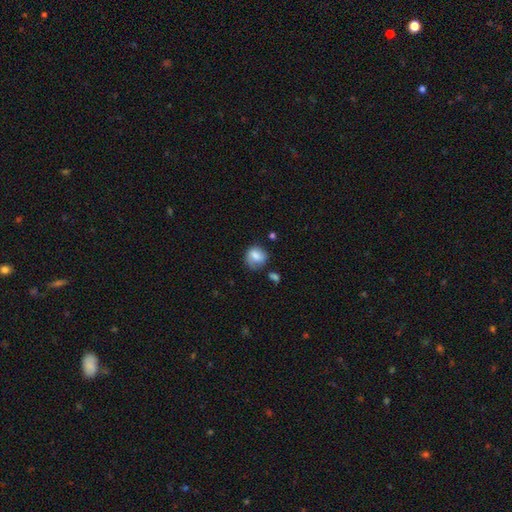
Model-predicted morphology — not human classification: Smooth or featured: smooth — 73% (featured or disk — 18%)
How rounded: round — 71% (in between — 28%)
Merging: none — 57% (minor disturbance — 26%)